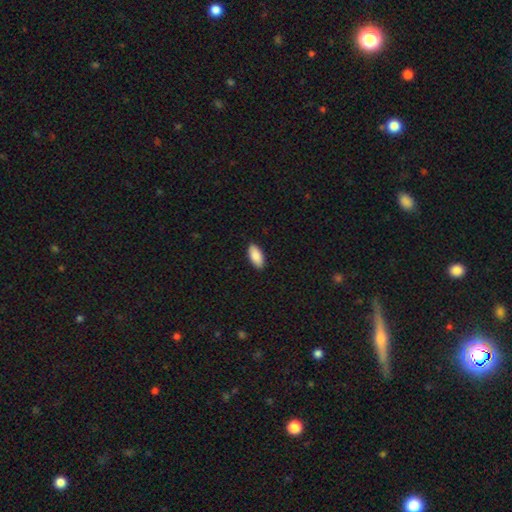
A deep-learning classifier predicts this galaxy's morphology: smooth 89%, star or artifact 6%, featured or disk 5%. Down the decision tree: how rounded — in between (92%); merging — none (90%).